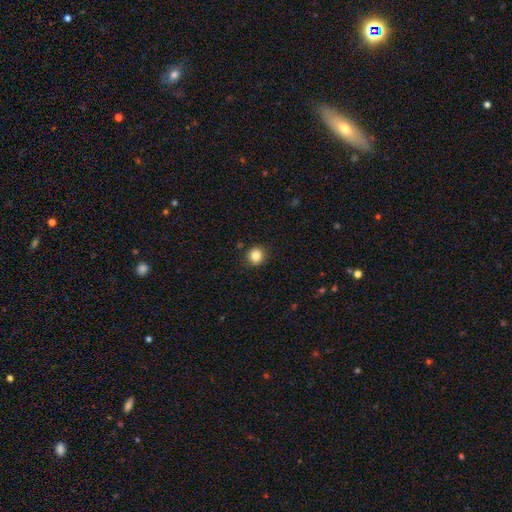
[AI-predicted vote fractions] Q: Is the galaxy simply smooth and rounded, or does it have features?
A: smooth — 85%.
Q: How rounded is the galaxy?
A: round — 92%.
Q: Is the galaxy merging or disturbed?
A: none — 91%.